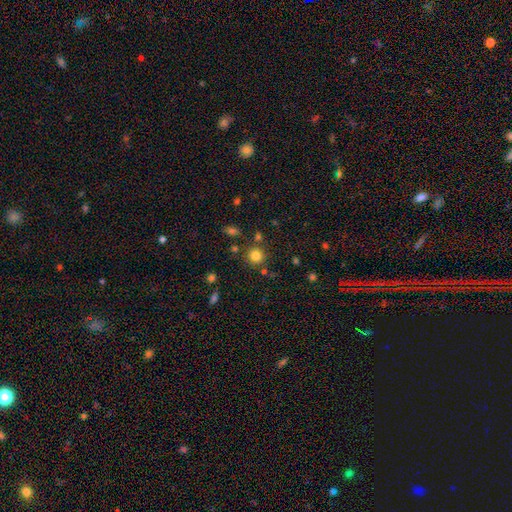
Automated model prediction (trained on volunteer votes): Smooth or featured? smooth (80%)
How rounded? round (92%)
Merging? none (82%)